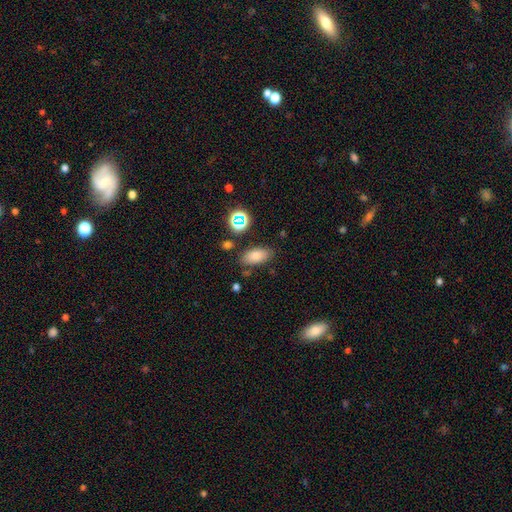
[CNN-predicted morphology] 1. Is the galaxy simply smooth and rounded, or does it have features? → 78% smooth, 12% star or artifact, 10% featured or disk.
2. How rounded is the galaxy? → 88% in between, 6% cigar-shaped, 6% round.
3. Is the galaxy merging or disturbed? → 79% none, 13% minor disturbance, 4% merger, 4% major disturbance.